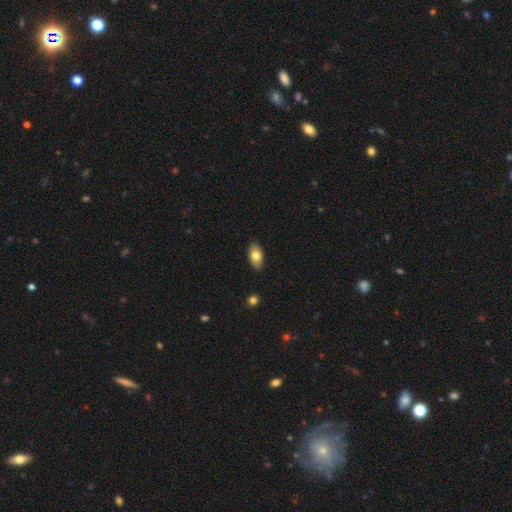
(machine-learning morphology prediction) Smooth or featured? Predicted: smooth (p=0.78). How rounded? Predicted: in between (p=0.93). Merging? Predicted: none (p=0.87).